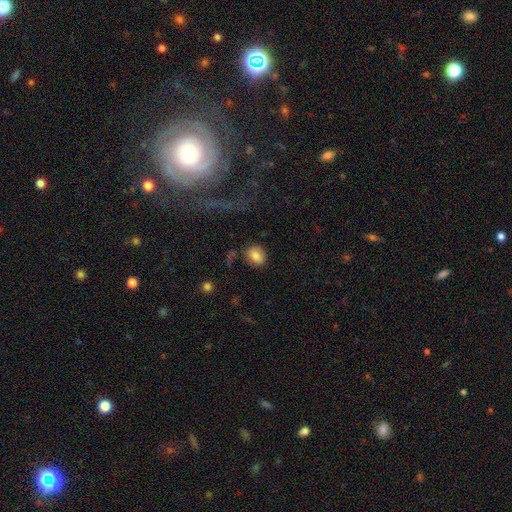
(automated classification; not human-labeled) This is clearly a smooth galaxy (81%). How rounded: possibly in between (59%). Merging: likely none (75%).